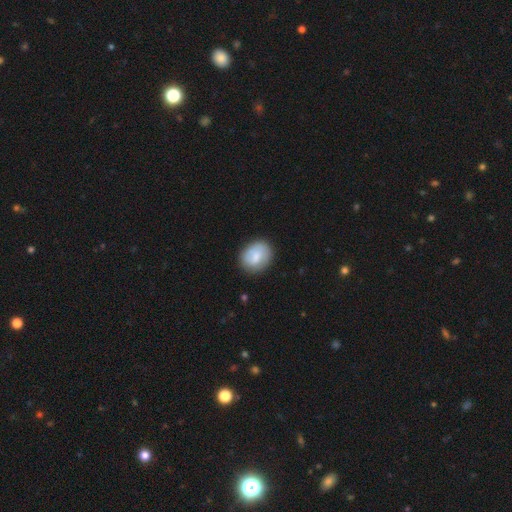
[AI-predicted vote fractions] Smooth or featured? smooth (72%)
How rounded? round (52%)
Merging? none (76%)